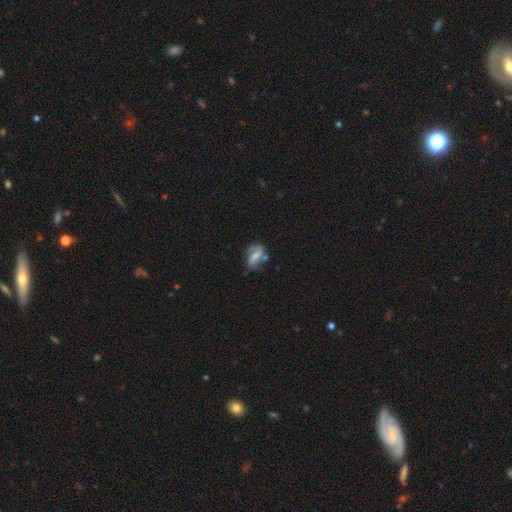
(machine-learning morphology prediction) Smooth or featured? featured or disk (63%)
Edge-on disk? no (94%)
Bar? weak (39%)
Spiral arms? yes (80%)
Bulge size? small (45%)
Merging? none (54%)